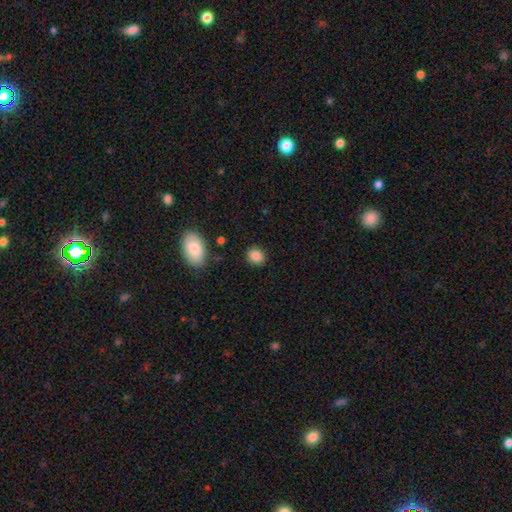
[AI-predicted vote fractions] smooth_or_featured: smooth (p=0.87) [alt: star or artifact p=0.09]
how_rounded: round (p=0.63) [alt: in between p=0.36]
merging: none (p=0.87) [alt: minor disturbance p=0.08]